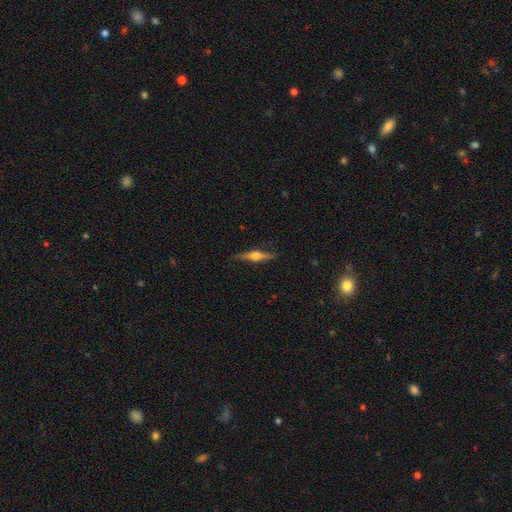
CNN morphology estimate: This appears to be a featured or disk galaxy (73%) viewed edge-on (97%) with a rounded central bulge (94%). Merging: none (88%).